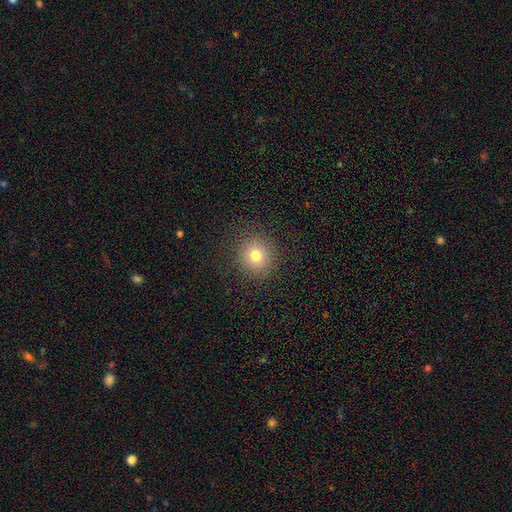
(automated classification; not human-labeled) The model was most divided on "smooth or featured": smooth: 77%, star or artifact: 14%, featured or disk: 9%. More confident: how rounded — round (90%); merging — none (89%).